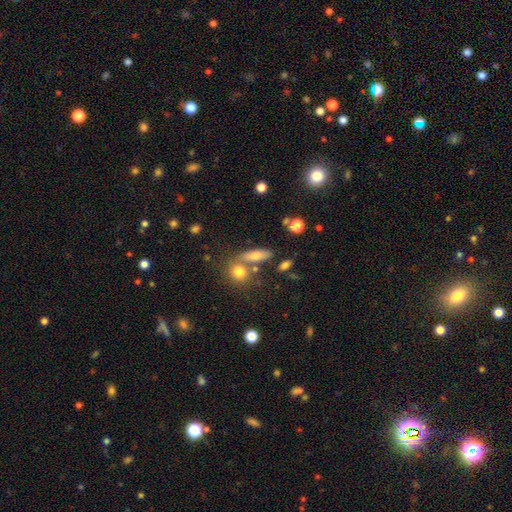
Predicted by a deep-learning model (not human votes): A smooth galaxy with no disk features (72%) that is in between round and cigar-shaped (48%).

Vote fractions:
- Smooth or featured? smooth: 72% / featured or disk: 17% / star or artifact: 11%
- How rounded? in between: 48% / cigar-shaped: 38% / round: 14%
- Merging? none: 62% / merger: 20% / minor disturbance: 13% / major disturbance: 5%